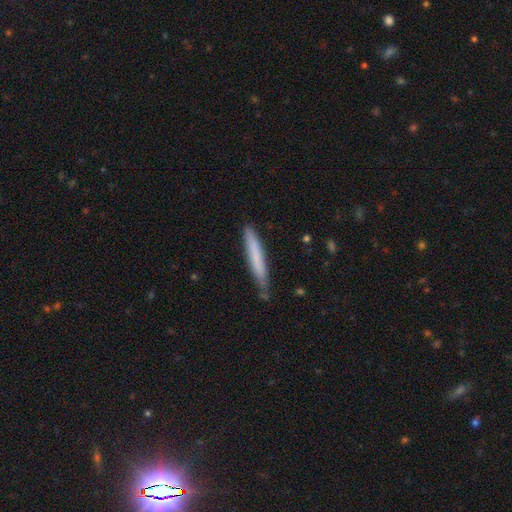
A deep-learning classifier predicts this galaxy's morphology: A smooth galaxy with no disk features (71%) that is cigar-shaped (95%). Merging: none (72%).